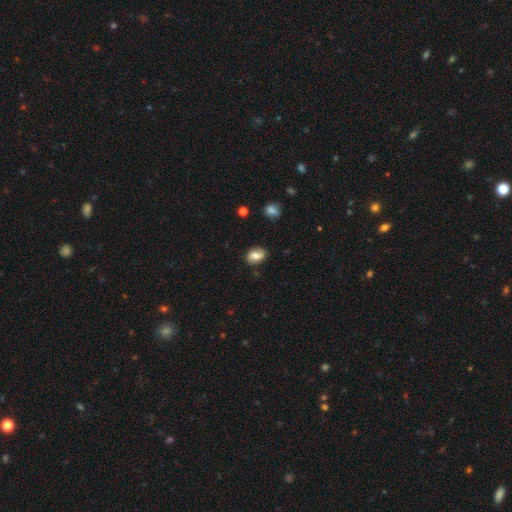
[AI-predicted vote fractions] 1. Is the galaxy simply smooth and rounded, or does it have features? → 66% smooth, 25% featured or disk, 9% star or artifact.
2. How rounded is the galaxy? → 80% in between, 19% round, 2% cigar-shaped.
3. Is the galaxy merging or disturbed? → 79% none, 16% minor disturbance, 4% major disturbance, 2% merger.